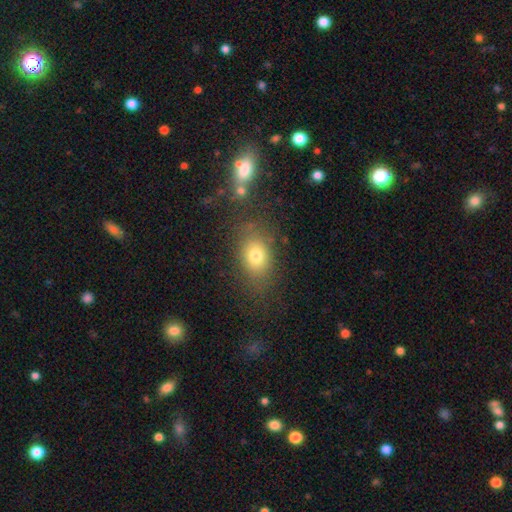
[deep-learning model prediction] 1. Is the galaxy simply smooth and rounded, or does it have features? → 75% smooth, 13% featured or disk, 12% star or artifact.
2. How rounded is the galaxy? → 70% in between, 29% round, 2% cigar-shaped.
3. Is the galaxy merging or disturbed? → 74% none, 14% minor disturbance, 6% major disturbance, 5% merger.